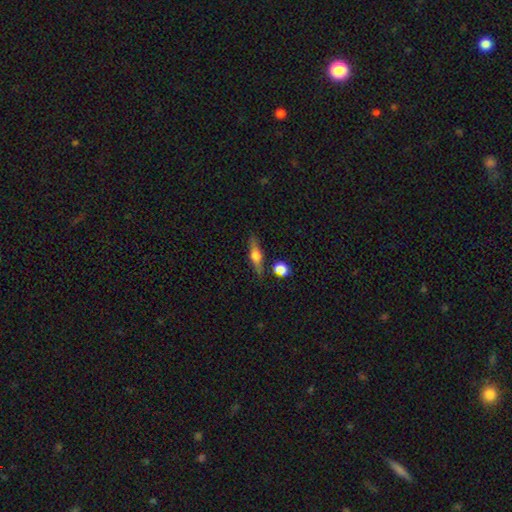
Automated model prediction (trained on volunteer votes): featured or disk 48%, smooth 43%, star or artifact 9%. Down the decision tree: merging — none (77%).